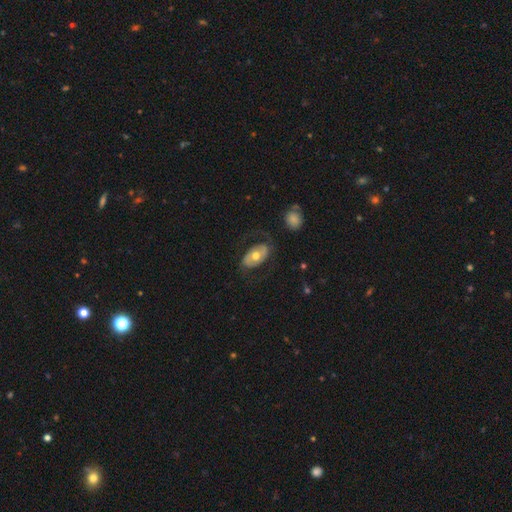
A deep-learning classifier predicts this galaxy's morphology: Smooth or featured? featured or disk (56%)
Edge-on disk? no (93%)
Bar? no (73%)
Spiral arms? yes (56%)
Bulge size? moderate (74%)
Merging? none (63%)